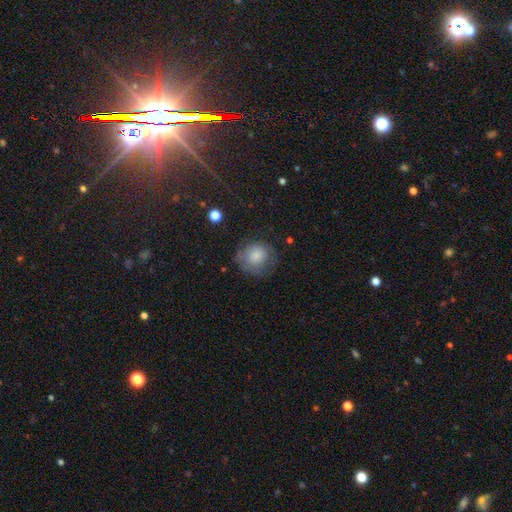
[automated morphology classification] This appears to be a smooth galaxy with no disk features (74%) that is round (85%). Merging: none (63%).